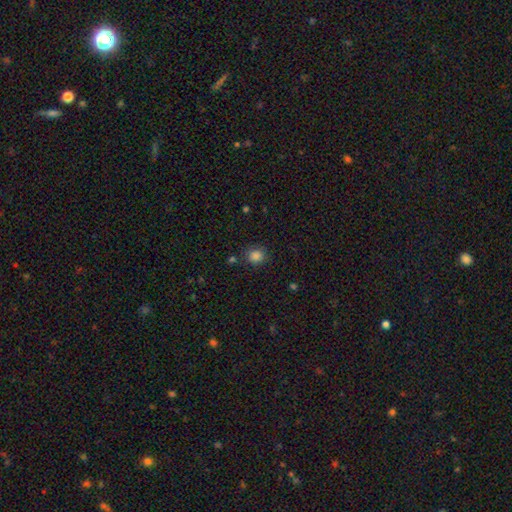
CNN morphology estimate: Smooth or featured: smooth — 84% (star or artifact — 12%)
How rounded: round — 81% (in between — 18%)
Merging: none — 83% (minor disturbance — 11%)